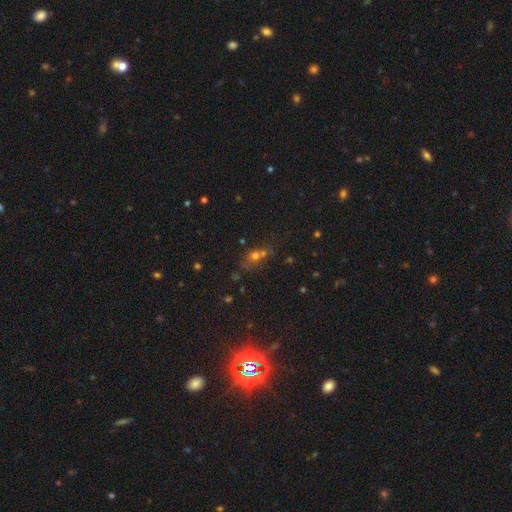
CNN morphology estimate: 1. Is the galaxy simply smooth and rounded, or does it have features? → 59% smooth, 27% star or artifact, 14% featured or disk.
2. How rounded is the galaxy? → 61% round, 35% in between, 4% cigar-shaped.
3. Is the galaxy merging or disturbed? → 43% none, 33% merger, 14% minor disturbance, 9% major disturbance.